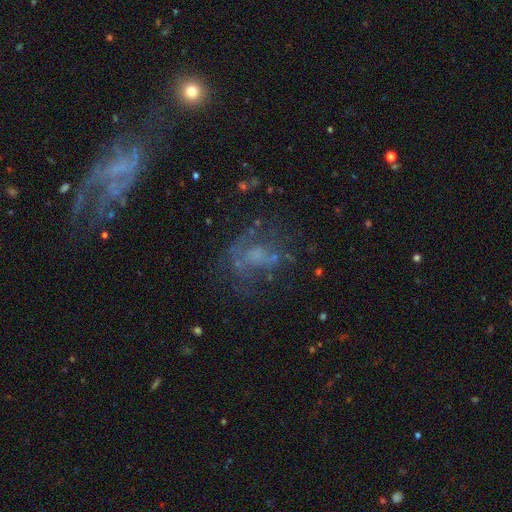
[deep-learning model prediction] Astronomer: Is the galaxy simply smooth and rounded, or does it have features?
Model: featured or disk — 53%.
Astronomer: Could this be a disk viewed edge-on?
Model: no — 97%.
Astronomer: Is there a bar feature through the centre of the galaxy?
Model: no — 79%.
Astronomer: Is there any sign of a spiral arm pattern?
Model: no — 67%.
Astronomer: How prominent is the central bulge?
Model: none — 50%.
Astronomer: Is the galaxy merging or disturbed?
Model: none — 46% (runner-up: major disturbance, 30%).